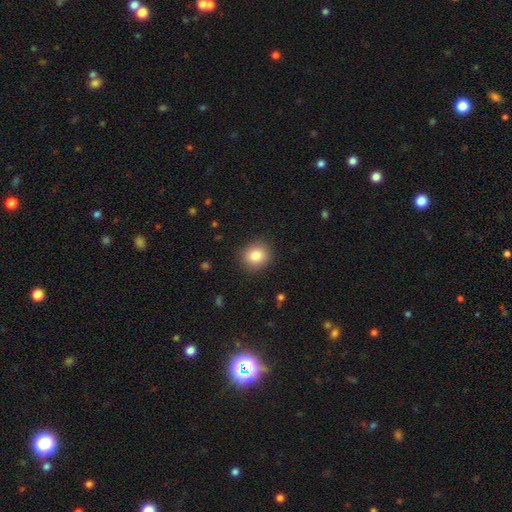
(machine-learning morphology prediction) Smooth or featured? smooth (83%)
How rounded? round (81%)
Merging? none (90%)